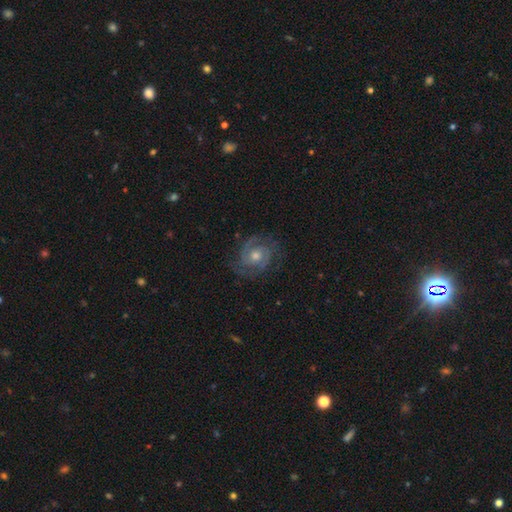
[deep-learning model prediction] A featured or disk galaxy (87%) with no bar (66%), 2 (70%) tight (59%) spiral arms (97%) and a moderate central bulge (65%).

Vote fractions:
- Smooth or featured? featured or disk: 87% / star or artifact: 7% / smooth: 7%
- Edge-on disk? no: 98% / yes: 2%
- Bar? no: 66% / weak: 27% / strong: 6%
- Spiral arms? yes: 97% / no: 3%
- Spiral winding? tight: 59% / medium: 35% / loose: 6%
- Spiral arm count? 2: 70% / 3: 14% / can't tell: 8% / 4: 3% / 1: 3% / more than 4: 2%
- Bulge size? moderate: 65% / small: 28% / large: 5% / none: 2% / dominant: 1%
- Merging? none: 81% / minor disturbance: 13% / major disturbance: 5% / merger: 1%